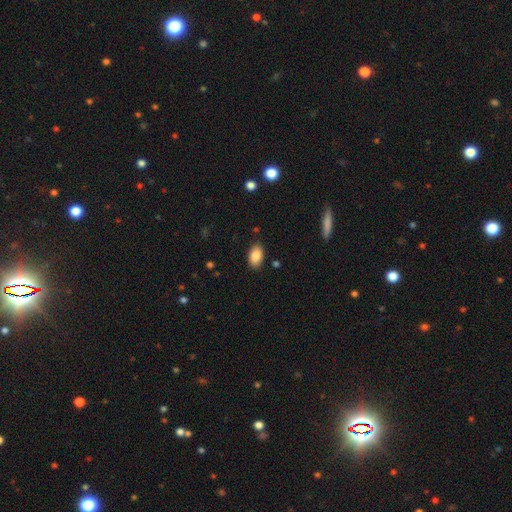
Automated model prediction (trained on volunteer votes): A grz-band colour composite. It shows a smooth galaxy with no disk features (87%) that is in between round and cigar-shaped (93%). Merging: none (86%).